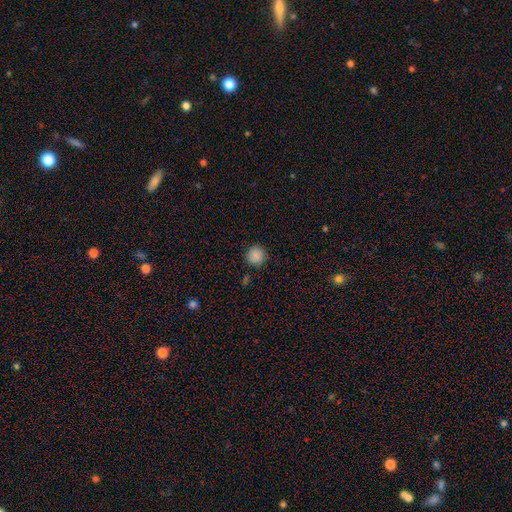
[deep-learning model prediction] Smooth or featured? Predicted: smooth (p=0.87). How rounded? Predicted: round (p=0.93). Merging? Predicted: none (p=0.88).